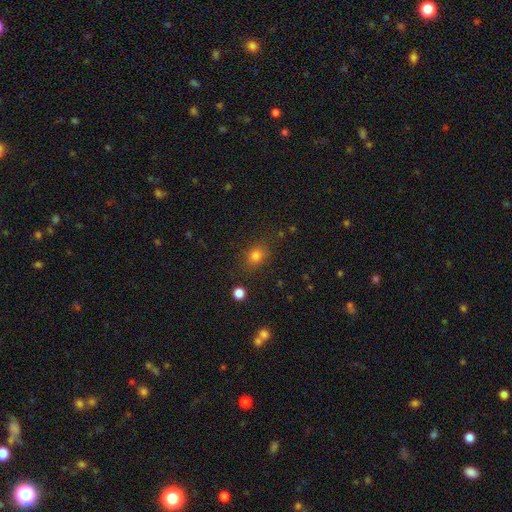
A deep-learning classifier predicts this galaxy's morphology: Smooth or featured: smooth — 78% (star or artifact — 14%)
How rounded: round — 54% (in between — 44%)
Merging: none — 79% (minor disturbance — 14%)